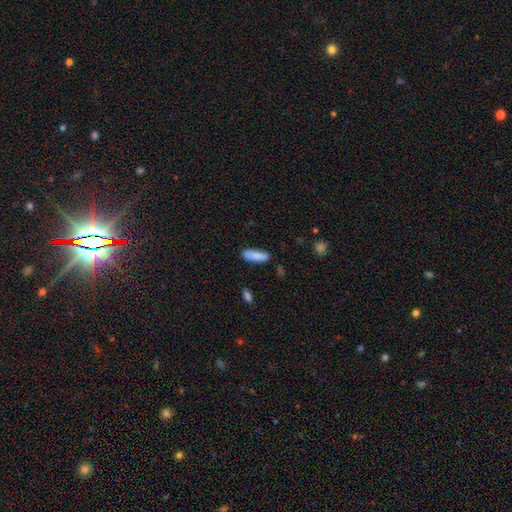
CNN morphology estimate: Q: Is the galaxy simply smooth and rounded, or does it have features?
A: smooth — 86%.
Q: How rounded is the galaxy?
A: in between — 53%.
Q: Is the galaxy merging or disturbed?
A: none — 81%.